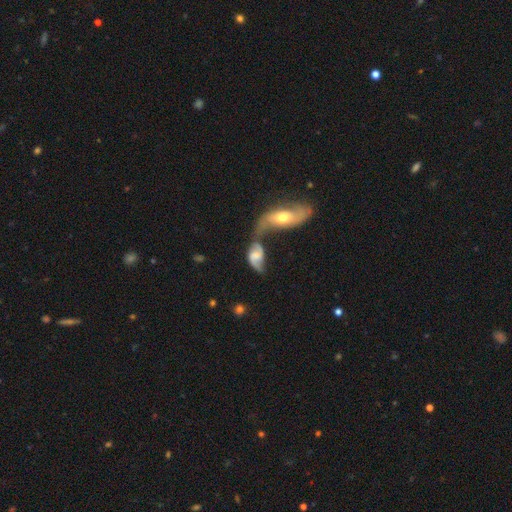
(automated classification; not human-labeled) Overall: featured or disk (65%; smooth 28%). Edge-on disk: no (94%). Bar: no (49%; weak 41%). Spiral arms: yes (85%). Spiral arm count: 2 (84%). Spiral winding: loose (58%; medium 31%). Bulge size: moderate (40%; small 29%). Merging: merger (57%; none 21%).